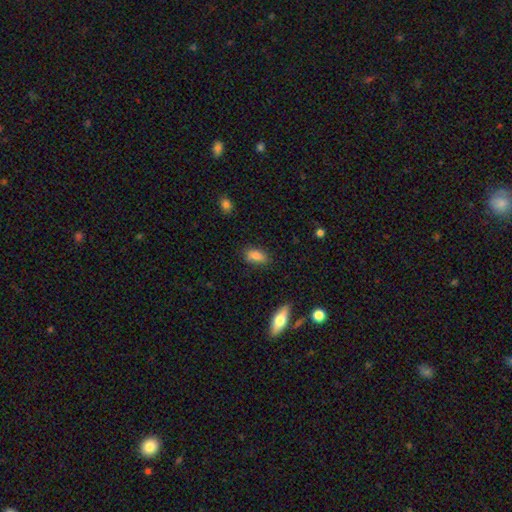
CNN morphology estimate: smooth 84%, star or artifact 9%, featured or disk 7%. Down the decision tree: how rounded — in between (88%); merging — none (74%).